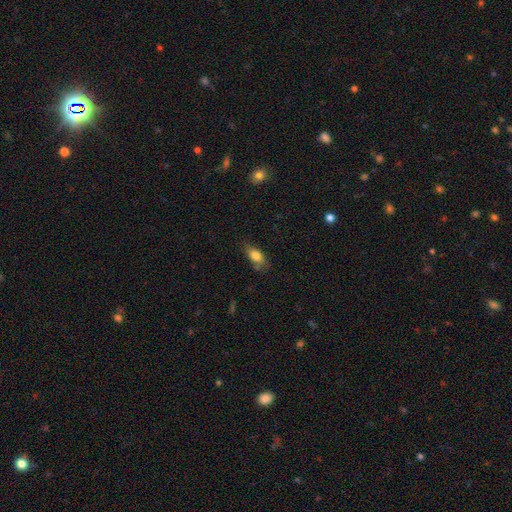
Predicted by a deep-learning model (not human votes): A smooth galaxy with no disk features (74%) that is in between round and cigar-shaped (80%). Merging: none (64%).